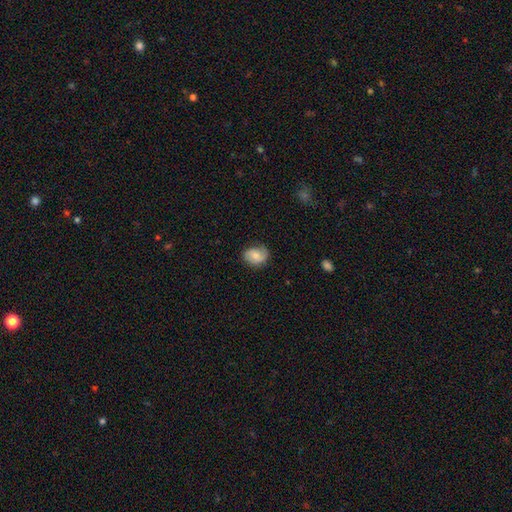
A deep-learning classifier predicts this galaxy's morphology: smooth 62%, featured or disk 30%, star or artifact 8%. Down the decision tree: how rounded — in between (59%); merging — none (70%).